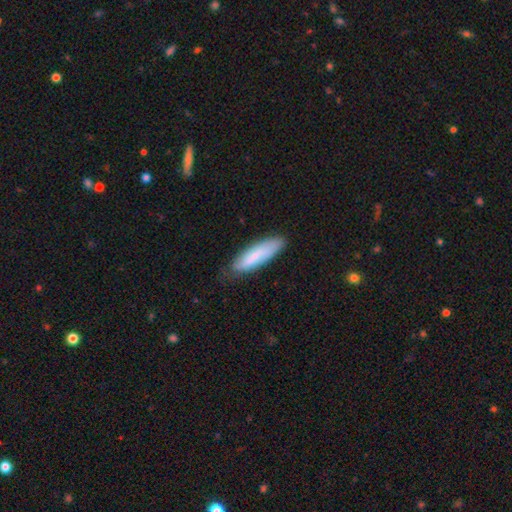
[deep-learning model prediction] Smooth or featured?
  - smooth: 73% *
  - featured or disk: 21%
  - star or artifact: 6%
How rounded?
  - cigar-shaped: 59% *
  - in between: 39%
  - round: 2%
Merging?
  - none: 73% *
  - minor disturbance: 21%
  - major disturbance: 4%
  - merger: 1%